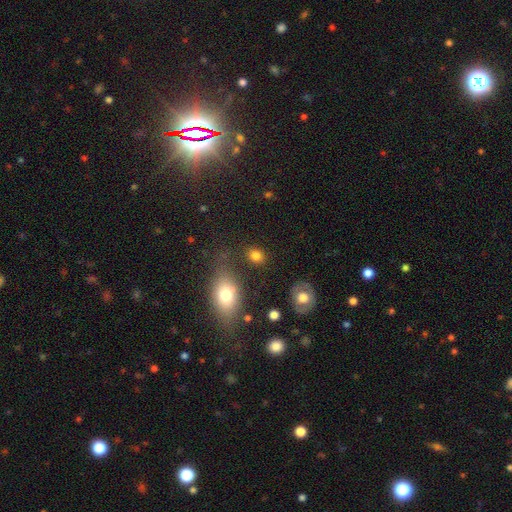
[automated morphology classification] The model was most divided on "how rounded": in between: 54%, round: 44%, cigar-shaped: 2%. More confident: smooth or featured — smooth (81%); merging — none (78%).